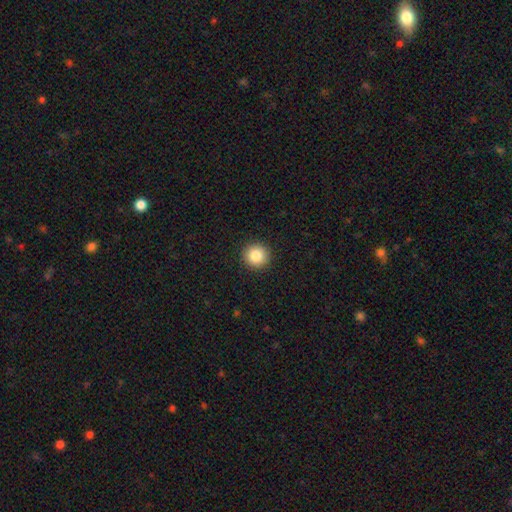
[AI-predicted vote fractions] Overall: smooth (84%). How rounded: round (94%). Merging: none (93%).